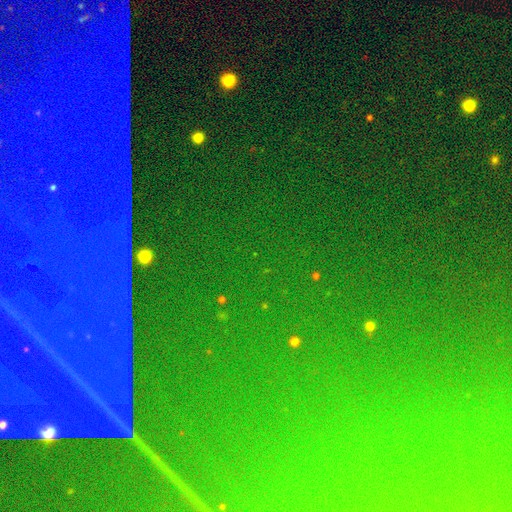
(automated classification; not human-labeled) smooth_or_featured: star or artifact (p=0.83) [alt: featured or disk p=0.09]